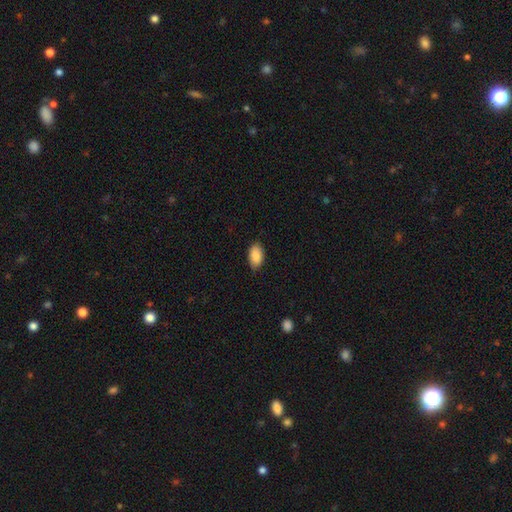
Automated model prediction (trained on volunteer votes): Smooth or featured: smooth — 89% (star or artifact — 7%)
How rounded: in between — 93% (round — 5%)
Merging: none — 83% (minor disturbance — 14%)